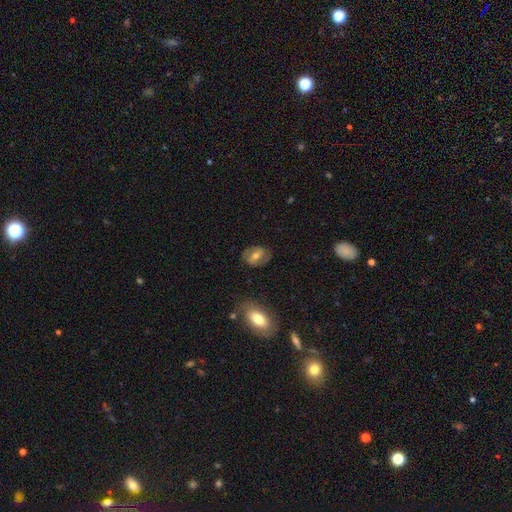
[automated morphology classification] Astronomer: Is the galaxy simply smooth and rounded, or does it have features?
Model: smooth — 46% (runner-up: featured or disk, 45%).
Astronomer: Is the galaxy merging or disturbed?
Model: none — 79%.